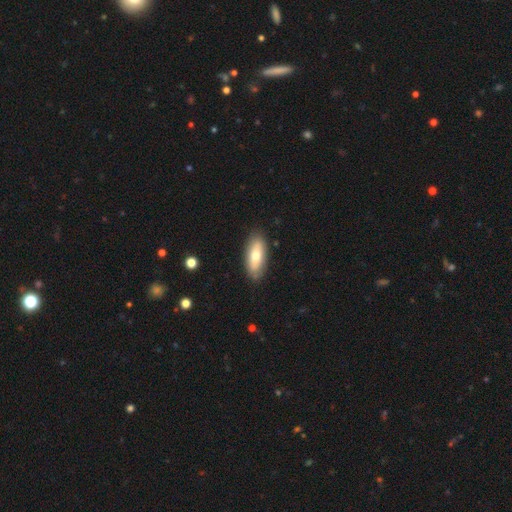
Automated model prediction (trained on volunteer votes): This appears to be a smooth galaxy with no disk features (68%) that is in between round and cigar-shaped (82%). Merging: none (85%).